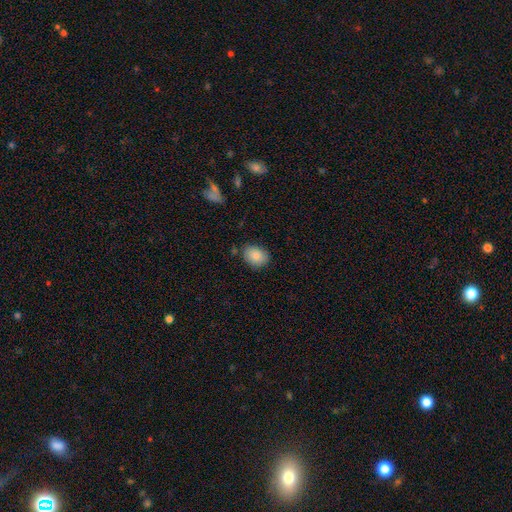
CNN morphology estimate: The model was most divided on "how rounded": in between: 61%, round: 38%, cigar-shaped: 1%. More confident: smooth or featured — smooth (87%); merging — none (81%).